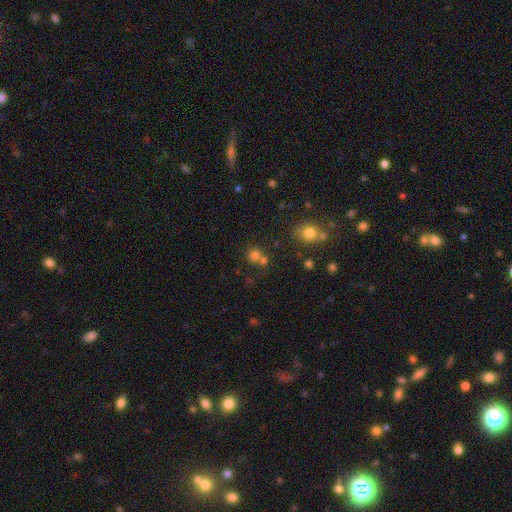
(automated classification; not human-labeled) smooth-or-featured: smooth: 70% | star or artifact: 21% | featured or disk: 9%
  how-rounded: round: 87% | in between: 12% | cigar-shaped: 1%
  merging: none: 56% | merger: 32% | minor disturbance: 8% | major disturbance: 4%